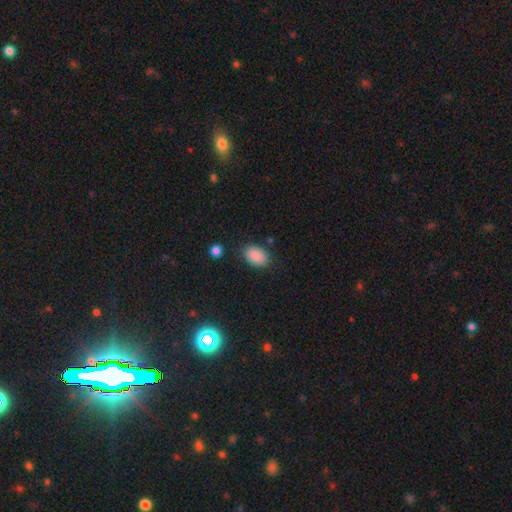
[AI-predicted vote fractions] Morphology: type=smooth (89%); roundness=in between (88%); merging=none (83%).